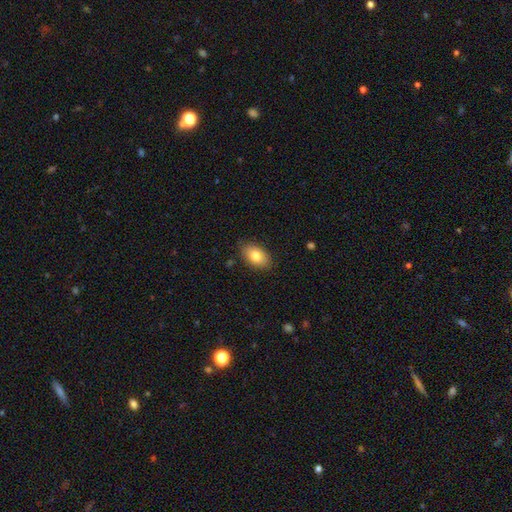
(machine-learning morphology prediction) Smooth or featured? Predicted: smooth (p=0.80). How rounded? Predicted: in between (p=0.89). Merging? Predicted: none (p=0.83).